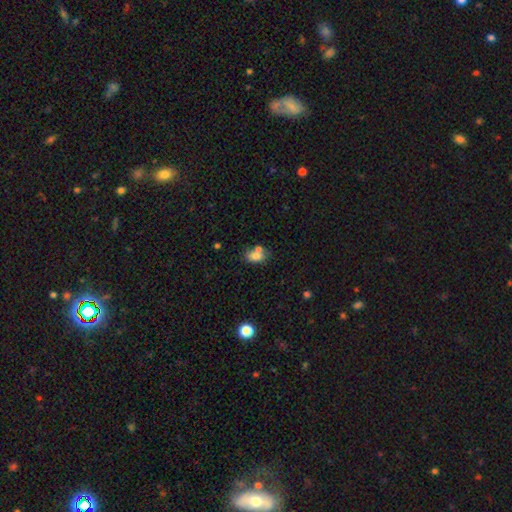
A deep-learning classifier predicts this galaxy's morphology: smooth 75%, featured or disk 14%, star or artifact 11%. Down the decision tree: how rounded — in between (80%); merging — none (44%).